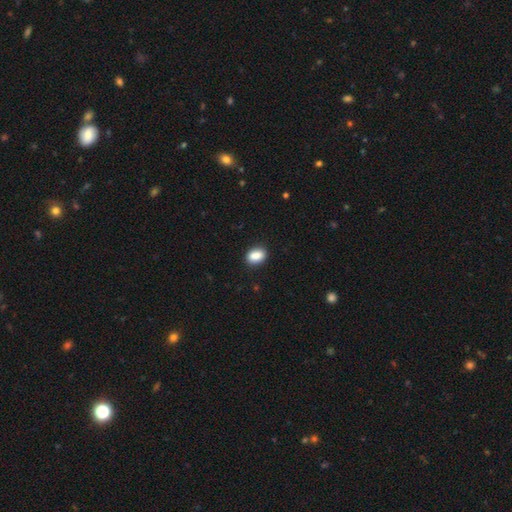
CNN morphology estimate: This appears to be a smooth galaxy with no disk features (89%) that is in between round and cigar-shaped (83%). Merging: none (88%).